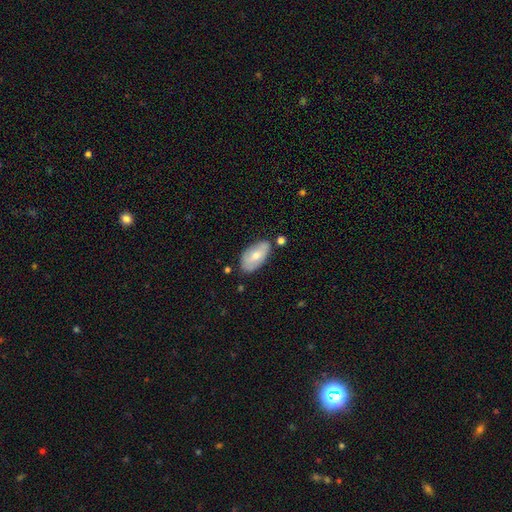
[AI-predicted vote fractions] Smooth or featured: smooth — 61% (featured or disk — 33%)
How rounded: in between — 94% (cigar-shaped — 3%)
Merging: none — 71% (minor disturbance — 19%)